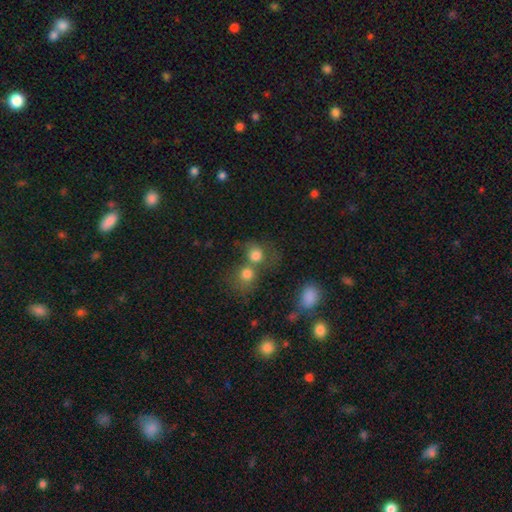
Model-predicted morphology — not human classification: The model was most divided on "merging": merger: 52%, none: 34%, minor disturbance: 8%, major disturbance: 6%. More confident: smooth or featured — smooth (78%); how rounded — round (75%).